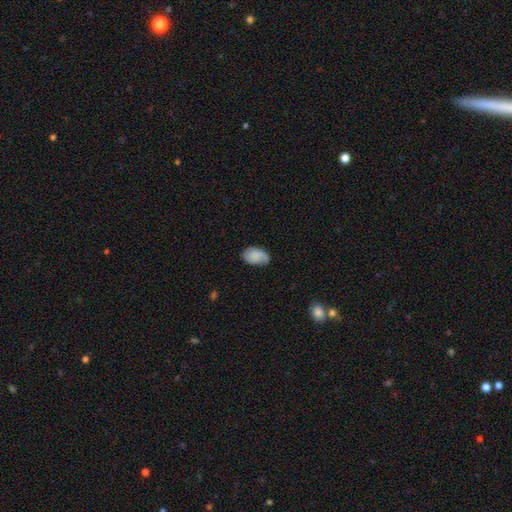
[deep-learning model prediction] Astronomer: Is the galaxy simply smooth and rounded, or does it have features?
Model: smooth — 75%.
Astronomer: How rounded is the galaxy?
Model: in between — 89%.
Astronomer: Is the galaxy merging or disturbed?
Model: none — 60%.